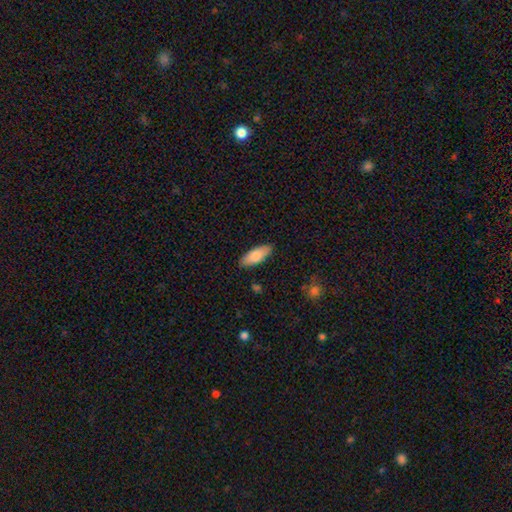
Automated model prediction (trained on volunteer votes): Overall: smooth (80%). How rounded: in between (78%). Merging: none (88%).